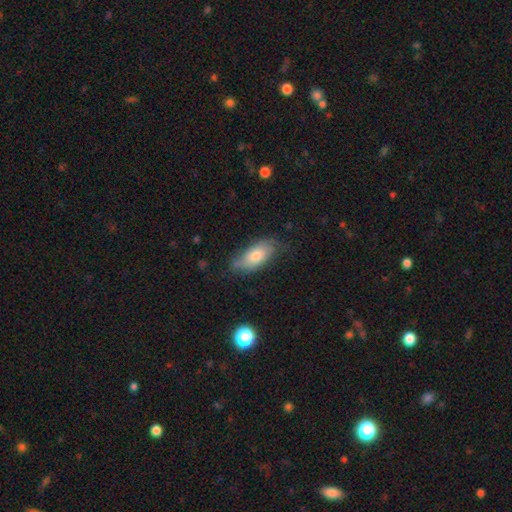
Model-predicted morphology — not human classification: smooth_or_featured: smooth (p=0.64) [alt: featured or disk p=0.28]
how_rounded: in between (p=0.86) [alt: cigar-shaped p=0.11]
merging: none (p=0.61) [alt: minor disturbance p=0.29]